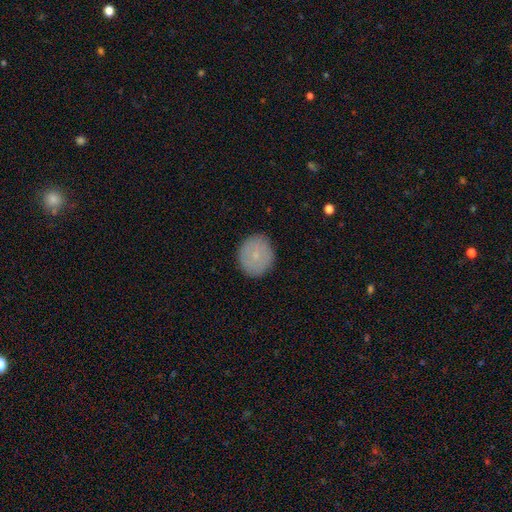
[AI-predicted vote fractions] This is likely a smooth galaxy (73%). How rounded: clearly round (84%). Merging: clearly none (87%).